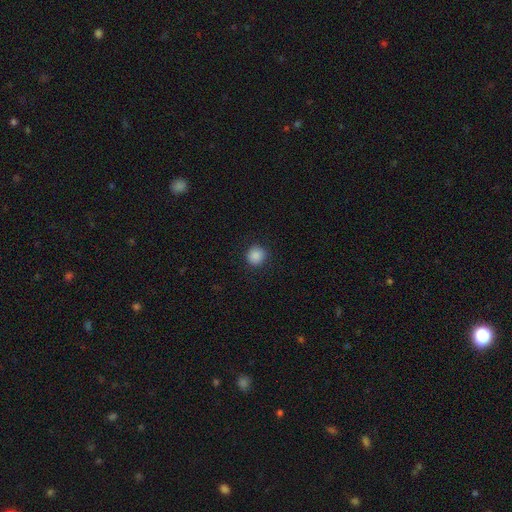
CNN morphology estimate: A smooth galaxy with no disk features (88%) that is round (93%).

Vote fractions:
- Smooth or featured? smooth: 88% / star or artifact: 10% / featured or disk: 2%
- How rounded? round: 93% / in between: 6% / cigar-shaped: 1%
- Merging? none: 91% / minor disturbance: 6% / major disturbance: 2% / merger: 1%